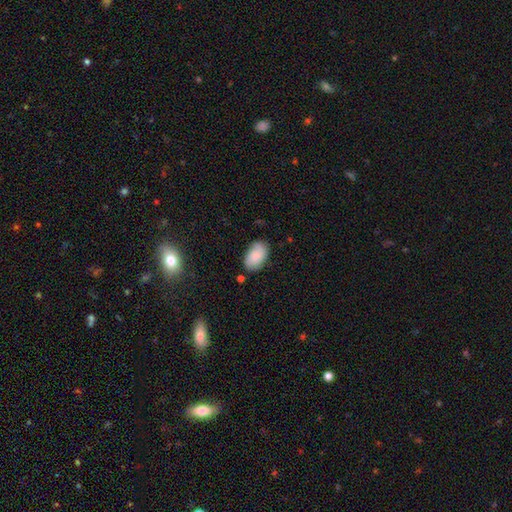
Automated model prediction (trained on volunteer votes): Morphology: type=smooth (67%); roundness=in between (91%); merging=none (71%).